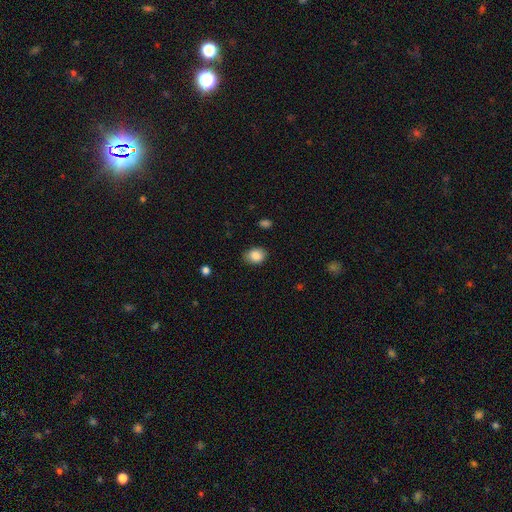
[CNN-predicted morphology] Smooth or featured? Predicted: smooth (p=0.86). How rounded? Predicted: in between (p=0.64). Merging? Predicted: none (p=0.81).